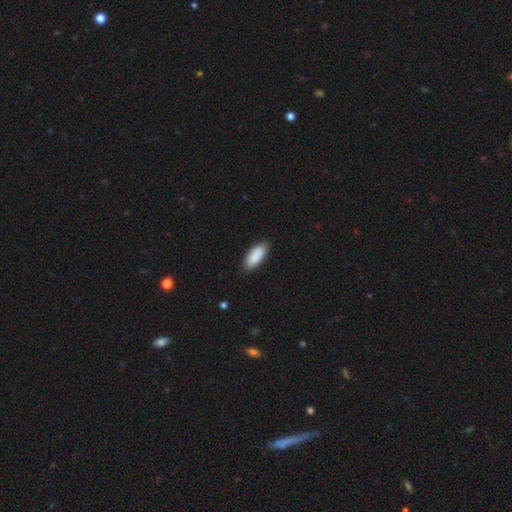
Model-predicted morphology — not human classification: Smooth or featured? smooth (90%)
How rounded? in between (85%)
Merging? none (87%)